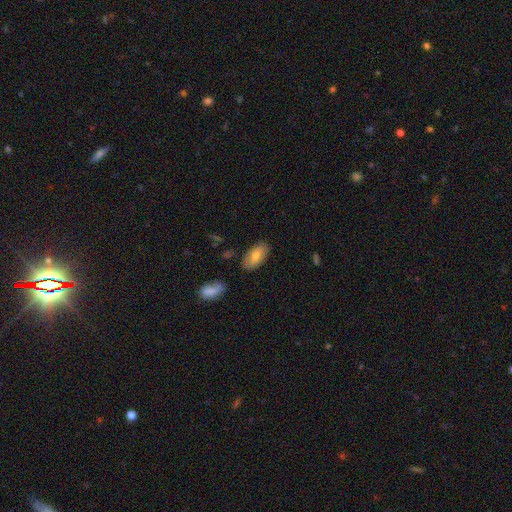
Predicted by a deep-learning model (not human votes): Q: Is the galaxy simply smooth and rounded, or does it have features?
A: smooth — 74%.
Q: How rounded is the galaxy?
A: in between — 94%.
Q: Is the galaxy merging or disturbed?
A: none — 81%.